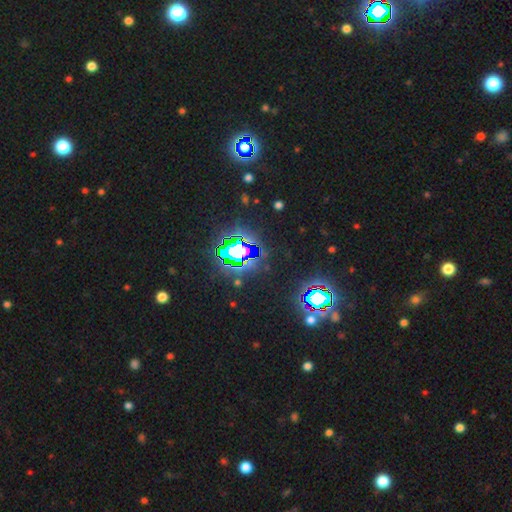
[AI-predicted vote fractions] This is clearly a star or artifact rather than a galaxy (83%).